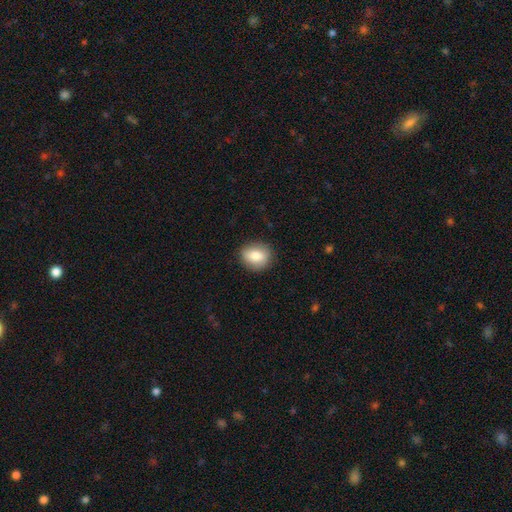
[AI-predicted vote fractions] Smooth or featured: smooth — 79% (featured or disk — 13%)
How rounded: round — 62% (in between — 36%)
Merging: none — 87% (minor disturbance — 9%)